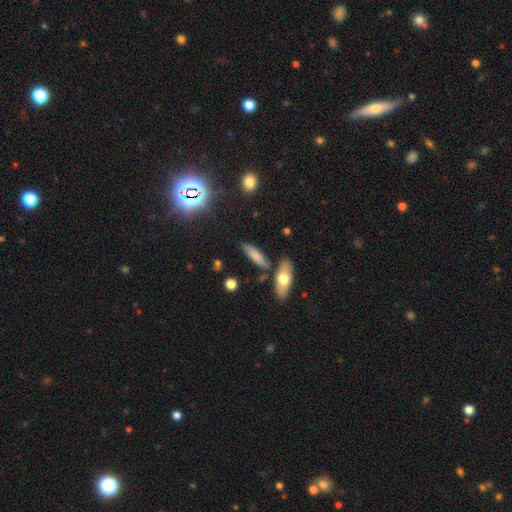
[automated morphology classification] Overall: smooth (71%). How rounded: cigar-shaped (60%; in between 36%). Merging: none (75%).